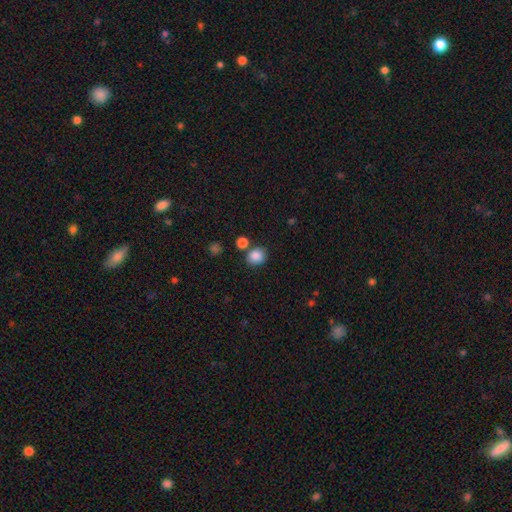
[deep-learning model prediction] The model was most divided on "how rounded": round: 78%, in between: 21%, cigar-shaped: 1%. More confident: smooth or featured — smooth (86%); merging — none (73%).